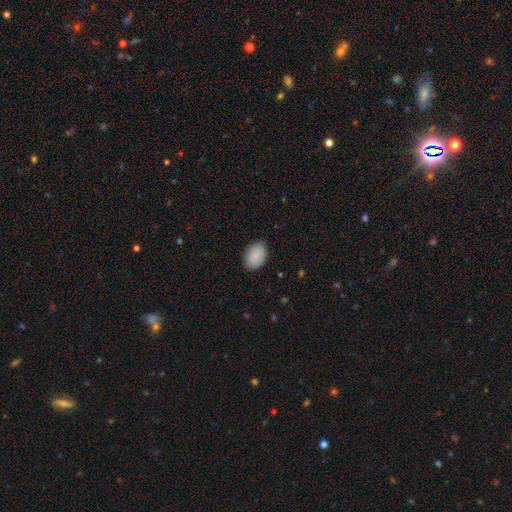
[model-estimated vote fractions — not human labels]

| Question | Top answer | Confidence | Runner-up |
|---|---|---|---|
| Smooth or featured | smooth | 89% | star or artifact (6%) |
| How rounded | in between | 84% | round (15%) |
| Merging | none | 85% | minor disturbance (12%) |